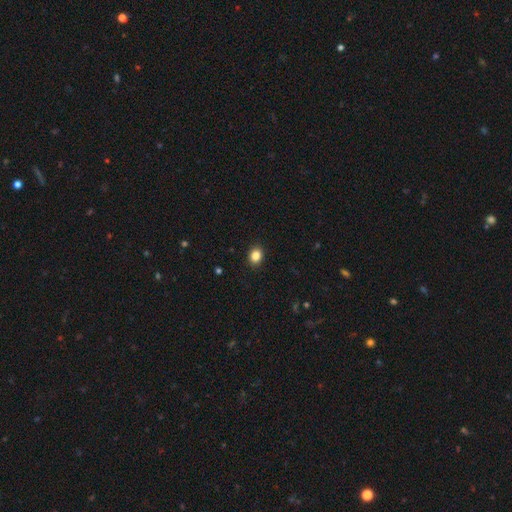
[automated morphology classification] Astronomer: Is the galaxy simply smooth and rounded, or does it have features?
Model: smooth — 85%.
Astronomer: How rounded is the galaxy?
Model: round — 54% (runner-up: in between, 45%).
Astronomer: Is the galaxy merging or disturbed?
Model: none — 90%.